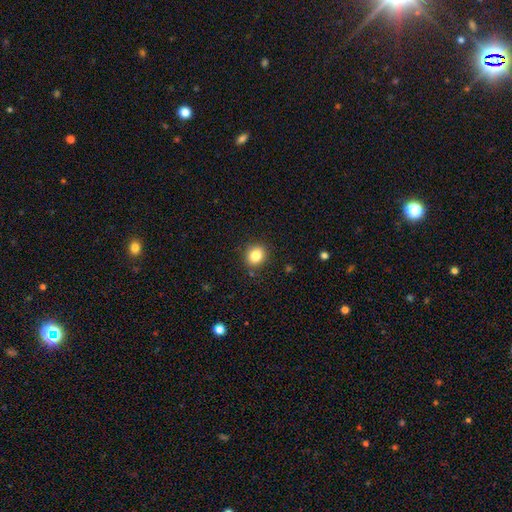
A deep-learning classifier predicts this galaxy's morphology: smooth 84%, star or artifact 10%, featured or disk 5%. Down the decision tree: how rounded — round (71%); merging — none (87%).